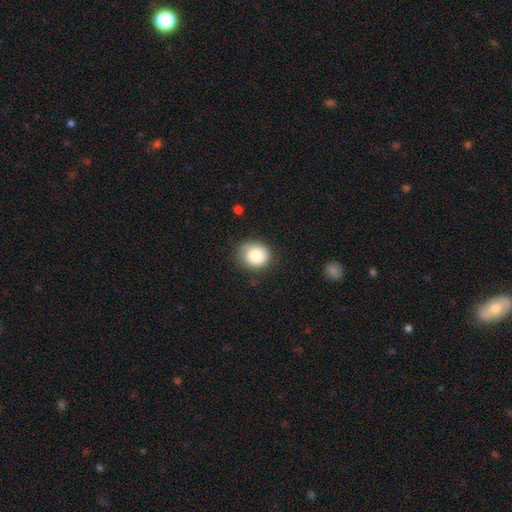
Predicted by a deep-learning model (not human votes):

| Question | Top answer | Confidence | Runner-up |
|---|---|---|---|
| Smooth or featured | smooth | 84% | star or artifact (8%) |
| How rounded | round | 75% | in between (24%) |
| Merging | none | 74% | minor disturbance (20%) |